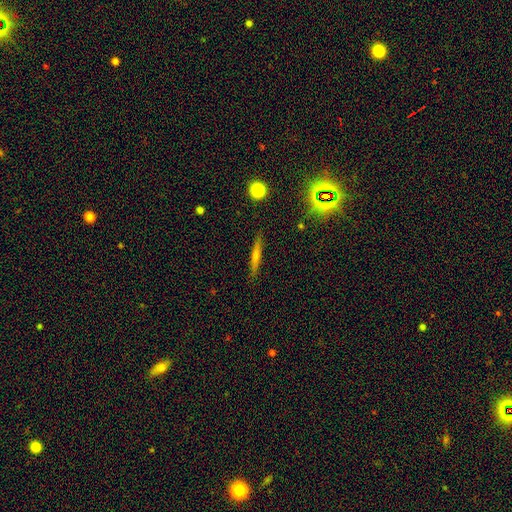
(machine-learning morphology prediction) Smooth or featured: featured or disk — 47% (smooth — 36%)
Merging: none — 89% (minor disturbance — 8%)